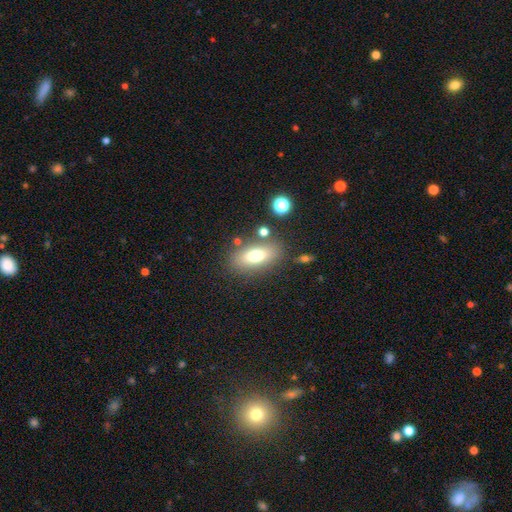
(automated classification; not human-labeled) Overall: smooth (70%). How rounded: in between (82%). Merging: none (77%).